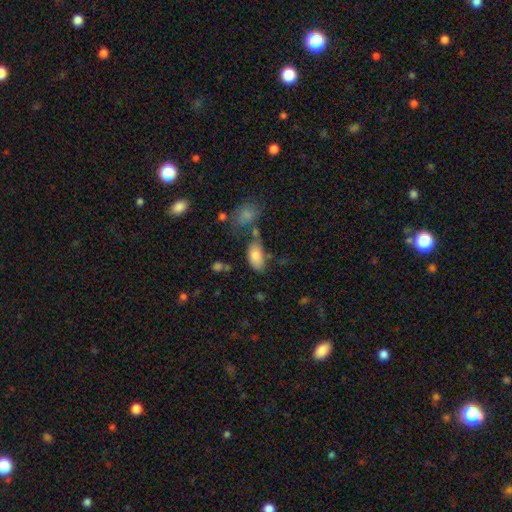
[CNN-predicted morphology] Overall: smooth (83%). How rounded: in between (93%). Merging: none (53%; minor disturbance 23%).